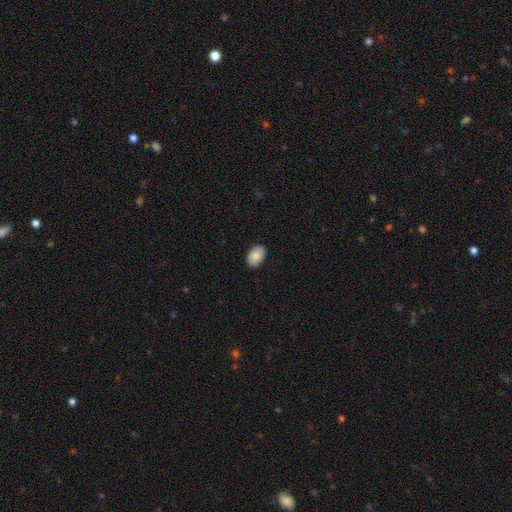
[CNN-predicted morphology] smooth 86%, featured or disk 7%, star or artifact 7%. Down the decision tree: how rounded — in between (87%); merging — none (88%).